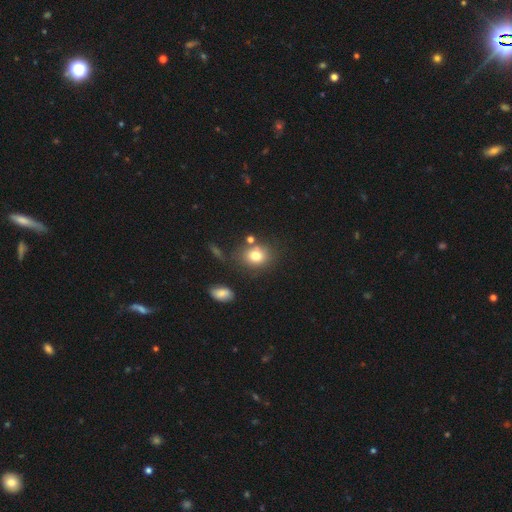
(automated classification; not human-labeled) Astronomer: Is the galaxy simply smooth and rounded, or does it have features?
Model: smooth — 77%.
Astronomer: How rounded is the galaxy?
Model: round — 59% (runner-up: in between, 40%).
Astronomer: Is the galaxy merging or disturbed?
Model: none — 67%.